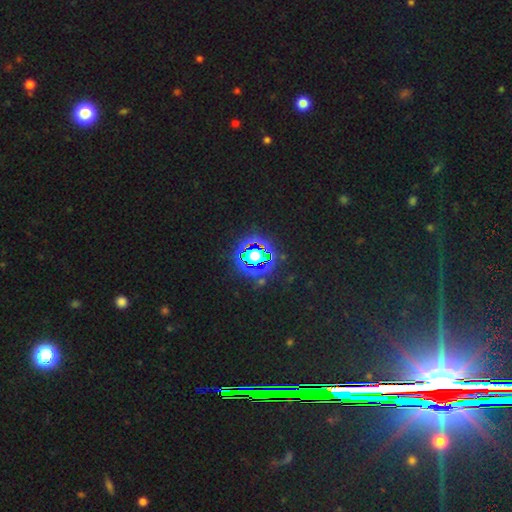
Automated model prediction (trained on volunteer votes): Smooth or featured?
  - star or artifact: 71% *
  - smooth: 18%
  - featured or disk: 11%